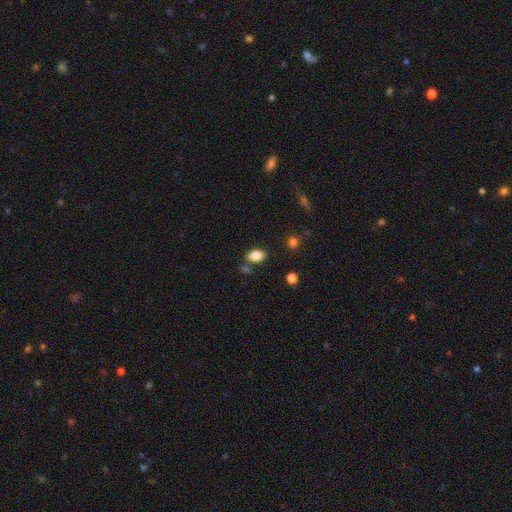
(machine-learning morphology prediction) smooth_or_featured: smooth (p=0.86) [alt: star or artifact p=0.09]
how_rounded: in between (p=0.88) [alt: round p=0.10]
merging: none (p=0.74) [alt: minor disturbance p=0.12]